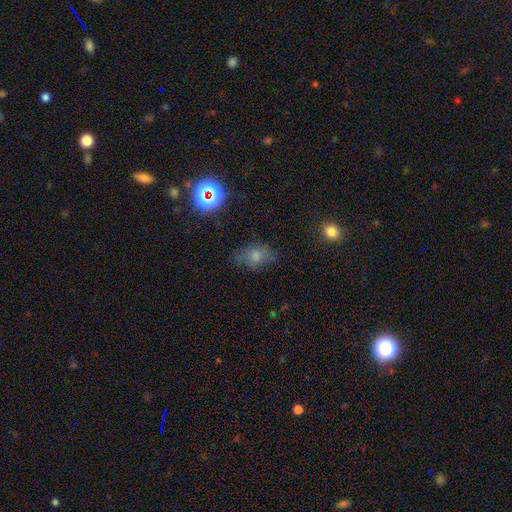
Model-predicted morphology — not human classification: This is possibly a smooth galaxy (57%). How rounded: likely in between (70%). Merging: likely none (69%).